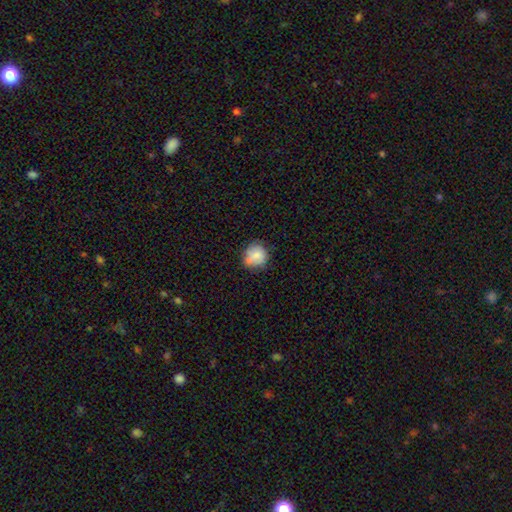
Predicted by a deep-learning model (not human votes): smooth-or-featured: smooth: 79% | featured or disk: 12% | star or artifact: 9%
  how-rounded: round: 86% | in between: 13% | cigar-shaped: 1%
  merging: none: 64% | minor disturbance: 25% | merger: 5% | major disturbance: 5%